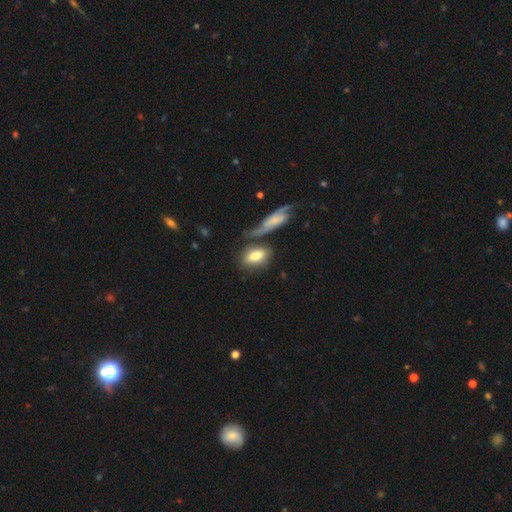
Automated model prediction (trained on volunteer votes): This appears to be a smooth galaxy with no disk features (76%) that is in between round and cigar-shaped (86%). Merging: none (48%).